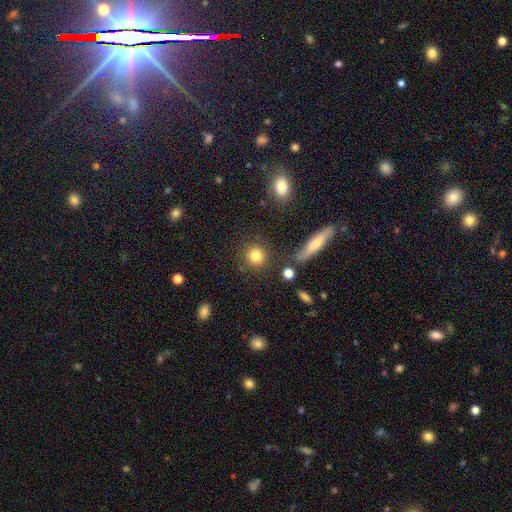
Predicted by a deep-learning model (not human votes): Q: Smooth or featured?
A: smooth (81%); runner-up: star or artifact (11%)
Q: How rounded?
A: round (88%); runner-up: in between (10%)
Q: Merging?
A: none (82%); runner-up: minor disturbance (8%)